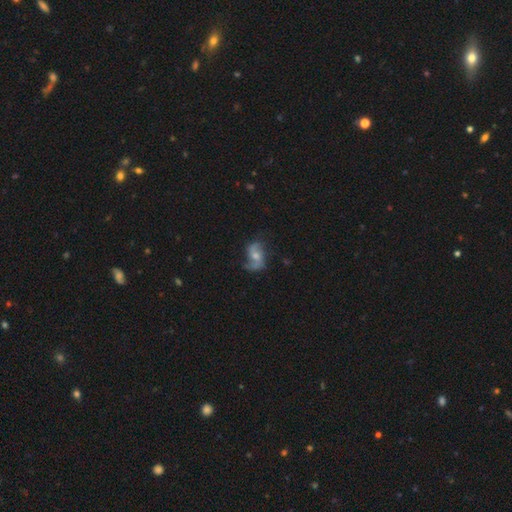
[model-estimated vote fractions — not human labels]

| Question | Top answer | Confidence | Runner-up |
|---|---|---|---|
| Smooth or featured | featured or disk | 76% | smooth (17%) |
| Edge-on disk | no | 97% | yes (3%) |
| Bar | no | 52% | weak (37%) |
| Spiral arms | yes | 93% | no (7%) |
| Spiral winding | loose | 61% | medium (30%) |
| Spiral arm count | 2 | 87% | 1 (5%) |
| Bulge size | moderate | 53% | small (37%) |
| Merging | none | 64% | minor disturbance (22%) |